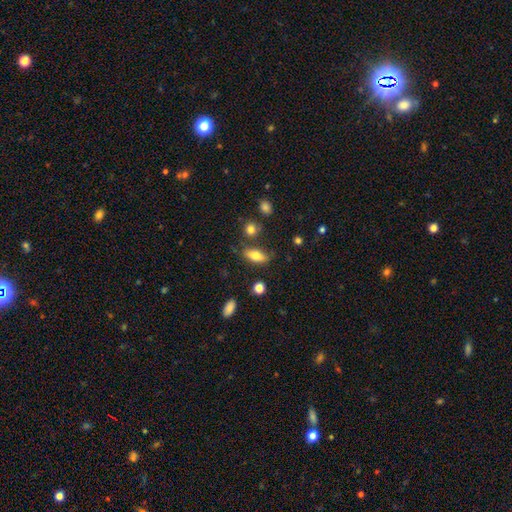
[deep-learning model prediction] The model was most divided on "merging": none: 71%, minor disturbance: 18%, merger: 6%, major disturbance: 5%. More confident: how rounded — in between (80%); smooth or featured — smooth (77%).